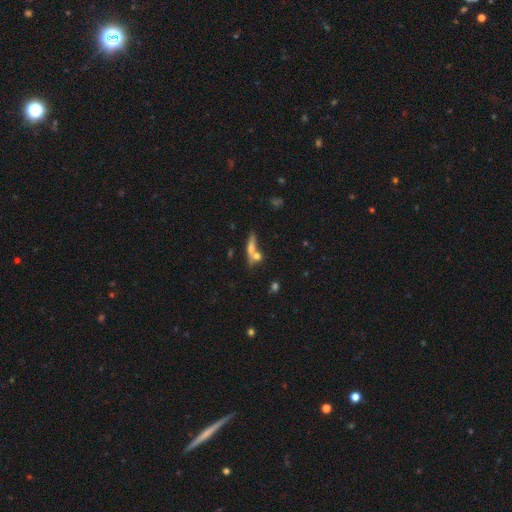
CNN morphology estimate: smooth_or_featured: smooth (p=0.60) [alt: featured or disk p=0.28]
how_rounded: cigar-shaped (p=0.50) [alt: in between p=0.32]
merging: none (p=0.46) [alt: merger p=0.36]